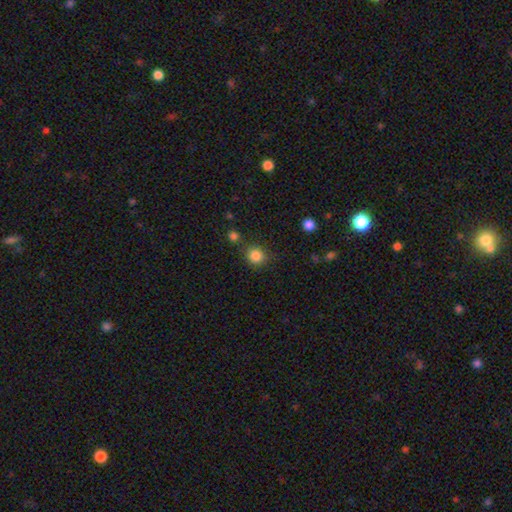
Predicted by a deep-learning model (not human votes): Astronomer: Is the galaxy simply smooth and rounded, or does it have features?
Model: smooth — 85%.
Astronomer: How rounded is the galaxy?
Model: round — 88%.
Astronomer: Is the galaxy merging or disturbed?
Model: none — 78%.